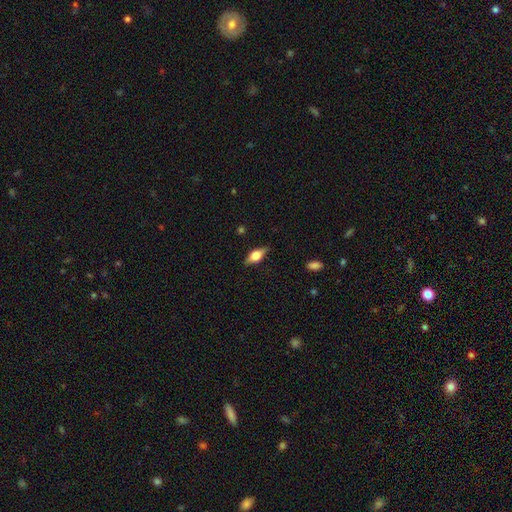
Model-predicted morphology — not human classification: This appears to be a featured or disk galaxy (47%). Merging: none (83%).